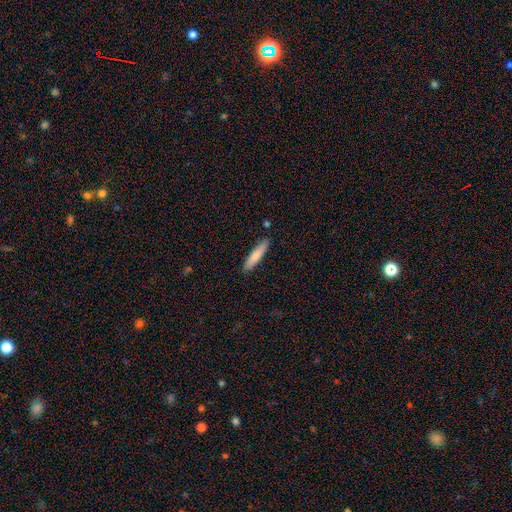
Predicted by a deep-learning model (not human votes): smooth_or_featured: smooth (p=0.81) [alt: featured or disk p=0.14]
how_rounded: cigar-shaped (p=0.87) [alt: in between p=0.12]
merging: none (p=0.88) [alt: minor disturbance p=0.09]